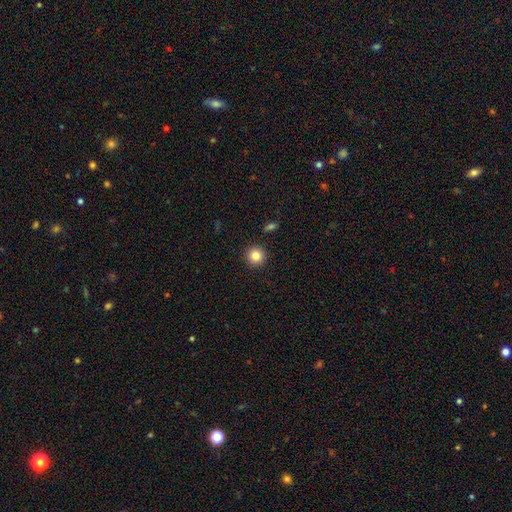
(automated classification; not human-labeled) The model was most divided on "smooth or featured": smooth: 84%, star or artifact: 10%, featured or disk: 6%. More confident: how rounded — round (95%); merging — none (92%).